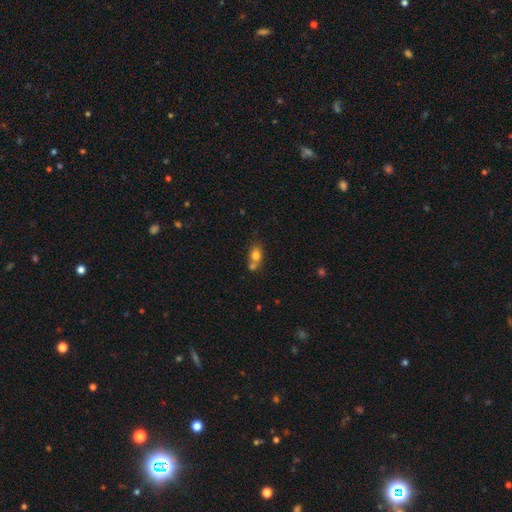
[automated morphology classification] smooth 76%, featured or disk 14%, star or artifact 10%. Down the decision tree: how rounded — in between (58%); merging — merger (47%).